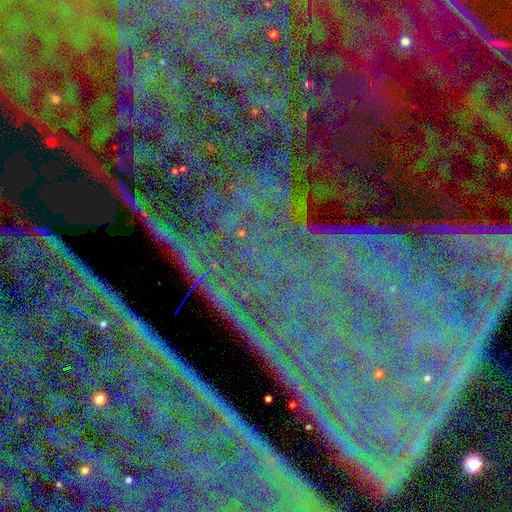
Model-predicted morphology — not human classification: A star or artifact, not a galaxy (87%).